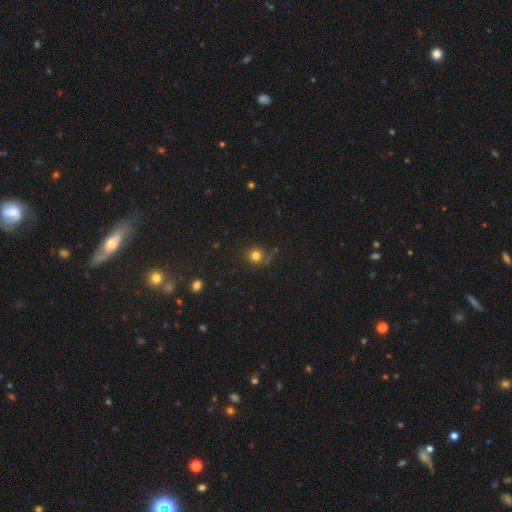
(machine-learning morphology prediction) A smooth galaxy with no disk features (79%) that is round (90%). Merging: none (73%).